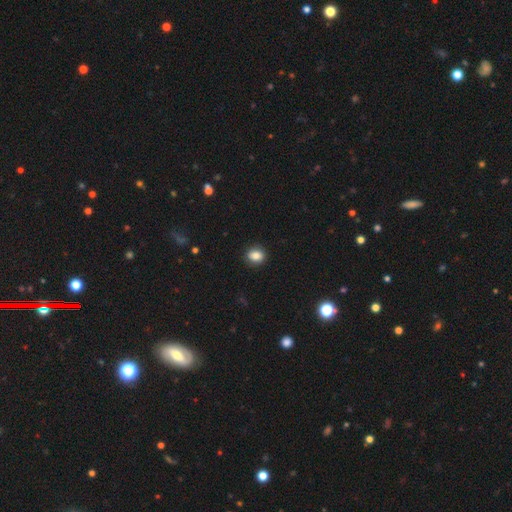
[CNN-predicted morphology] smooth-or-featured: smooth: 84% | star or artifact: 10% | featured or disk: 6%
  how-rounded: round: 62% | in between: 37% | cigar-shaped: 1%
  merging: none: 89% | minor disturbance: 8% | major disturbance: 2% | merger: 1%